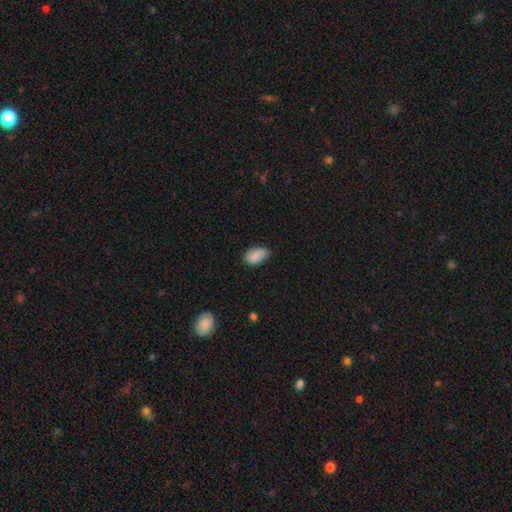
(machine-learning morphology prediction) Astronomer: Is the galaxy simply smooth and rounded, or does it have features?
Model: smooth — 82%.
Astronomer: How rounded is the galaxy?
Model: in between — 91%.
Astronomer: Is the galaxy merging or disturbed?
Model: none — 64%.